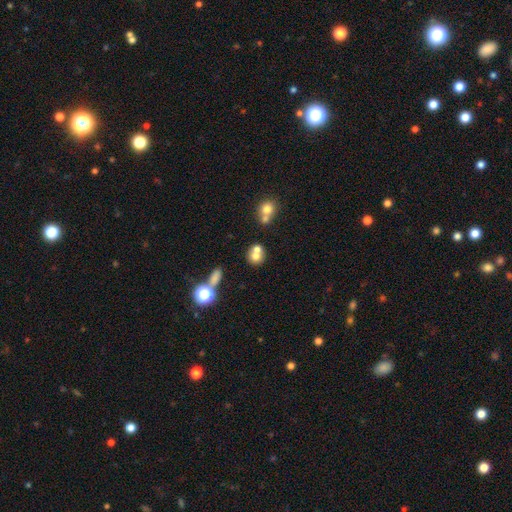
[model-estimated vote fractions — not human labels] Smooth or featured?
  - smooth: 67% *
  - featured or disk: 19%
  - star or artifact: 14%
How rounded?
  - round: 78% *
  - in between: 21%
  - cigar-shaped: 1%
Merging?
  - merger: 51% *
  - none: 38%
  - minor disturbance: 8%
  - major disturbance: 4%